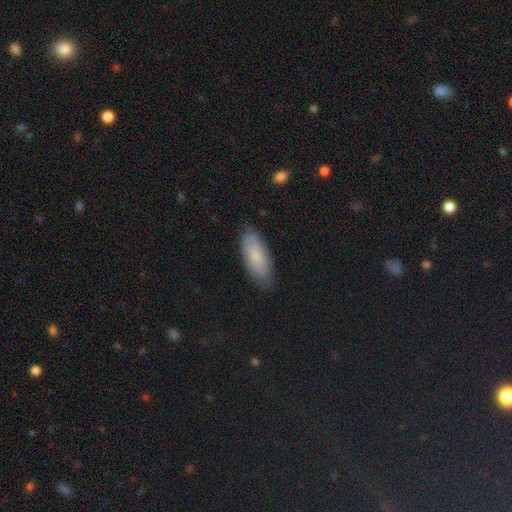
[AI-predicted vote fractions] A smooth galaxy with no disk features (80%) that is in between round and cigar-shaped (78%). Merging: none (83%).